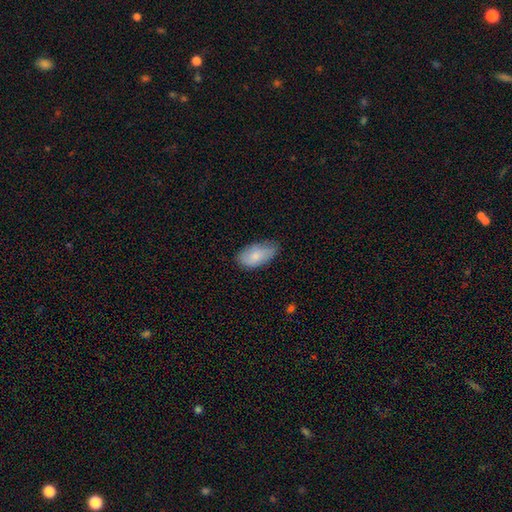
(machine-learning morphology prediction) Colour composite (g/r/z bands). It shows a smooth galaxy with no disk features (77%) that is in between round and cigar-shaped (94%). Merging: none (62%).